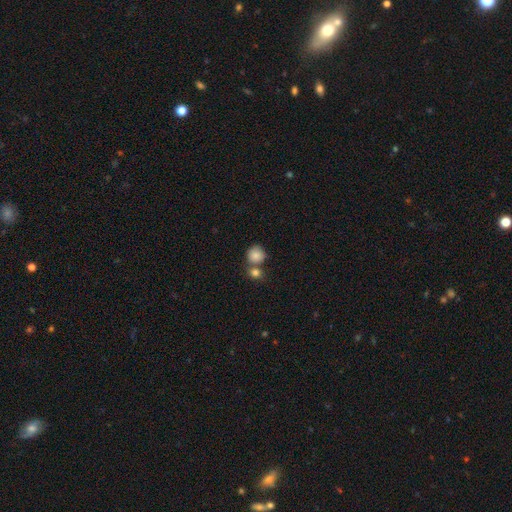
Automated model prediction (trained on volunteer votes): Morphology: type=smooth (85%); roundness=round (86%); merging=none (52%).